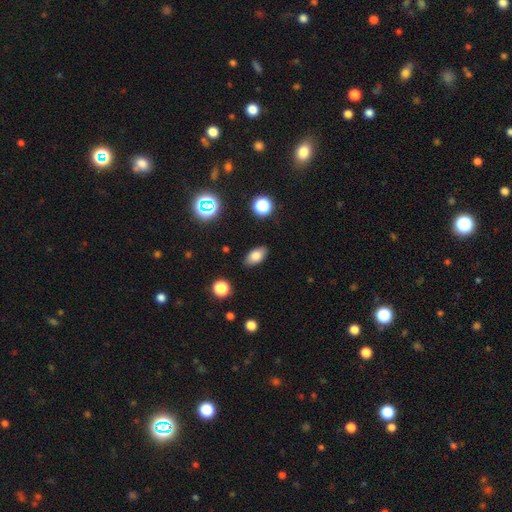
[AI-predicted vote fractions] This appears to be a smooth galaxy with no disk features (79%) that is in between round and cigar-shaped (90%). Merging: none (86%).